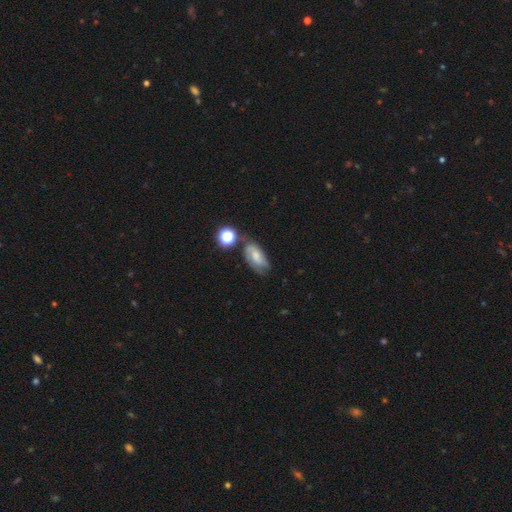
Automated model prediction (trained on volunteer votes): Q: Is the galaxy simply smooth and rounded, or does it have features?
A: featured or disk — 51%.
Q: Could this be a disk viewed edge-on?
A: no — 93%.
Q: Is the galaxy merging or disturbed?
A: none — 59%.